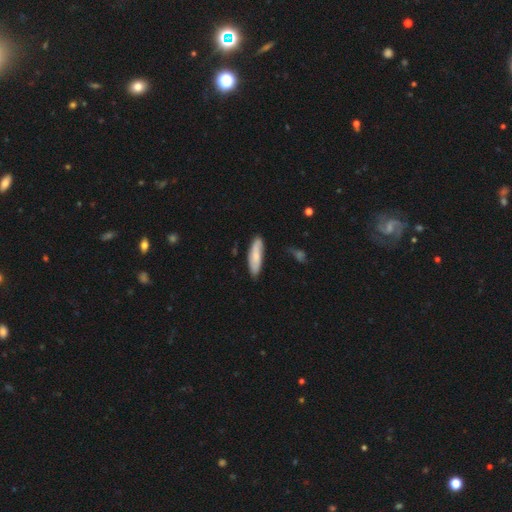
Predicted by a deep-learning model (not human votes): Smooth or featured?
  - smooth: 69% *
  - featured or disk: 25%
  - star or artifact: 6%
How rounded?
  - cigar-shaped: 56% *
  - in between: 43%
  - round: 2%
Merging?
  - none: 78% *
  - minor disturbance: 17%
  - major disturbance: 3%
  - merger: 2%